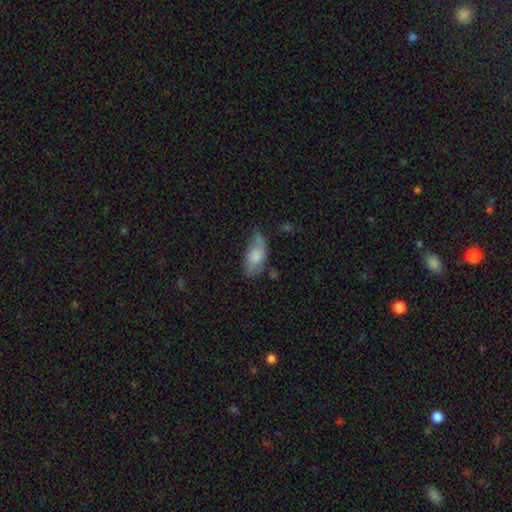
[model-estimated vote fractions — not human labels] smooth_or_featured: smooth (p=0.58) [alt: featured or disk p=0.34]
how_rounded: in between (p=0.88) [alt: cigar-shaped p=0.08]
merging: none (p=0.50) [alt: minor disturbance p=0.32]